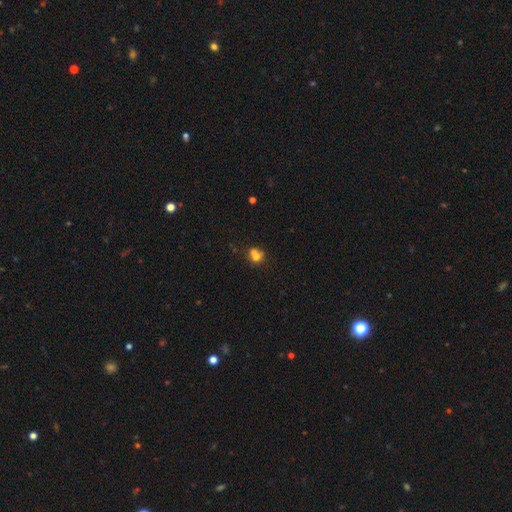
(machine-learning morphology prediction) A smooth galaxy with no disk features (65%) that is round (74%). Merging: merger (54%).